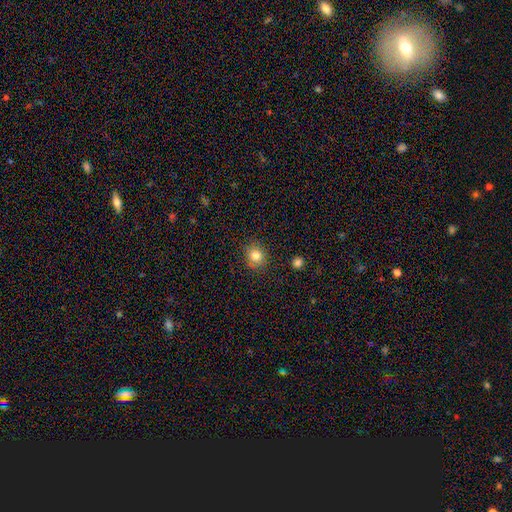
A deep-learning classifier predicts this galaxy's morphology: Smooth or featured?
  - smooth: 82% *
  - star or artifact: 12%
  - featured or disk: 6%
How rounded?
  - round: 85% *
  - in between: 14%
  - cigar-shaped: 1%
Merging?
  - none: 88% *
  - minor disturbance: 8%
  - major disturbance: 2%
  - merger: 2%